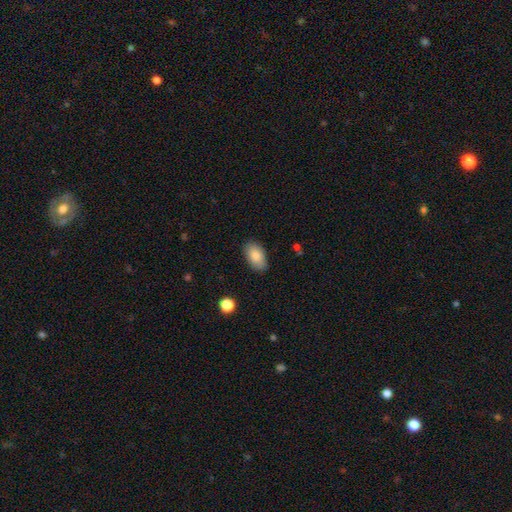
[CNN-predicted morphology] Smooth or featured? Predicted: smooth (p=0.86). How rounded? Predicted: in between (p=0.93). Merging? Predicted: none (p=0.85).